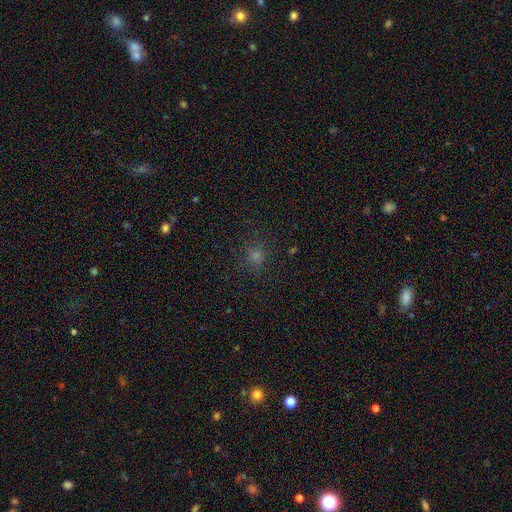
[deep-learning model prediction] A smooth galaxy with no disk features (72%) that is round (89%).

Vote fractions:
- Smooth or featured? smooth: 72% / star or artifact: 23% / featured or disk: 6%
- How rounded? round: 89% / in between: 10% / cigar-shaped: 1%
- Merging? none: 86% / minor disturbance: 9% / major disturbance: 4% / merger: 1%